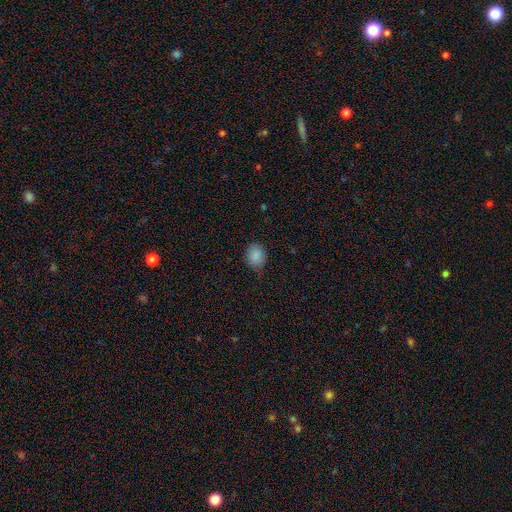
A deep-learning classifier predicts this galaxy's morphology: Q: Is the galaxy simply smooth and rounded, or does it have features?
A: smooth — 87%.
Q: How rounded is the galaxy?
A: round — 56%.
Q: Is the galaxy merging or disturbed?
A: none — 74%.